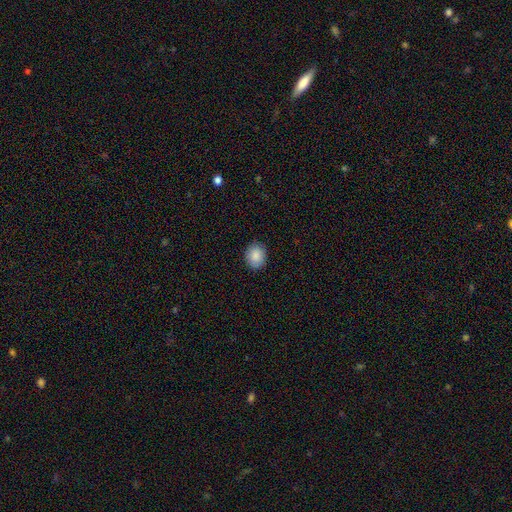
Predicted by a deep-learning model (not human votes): This is clearly a smooth galaxy (88%). How rounded: possibly in between (52%). Merging: clearly none (88%).